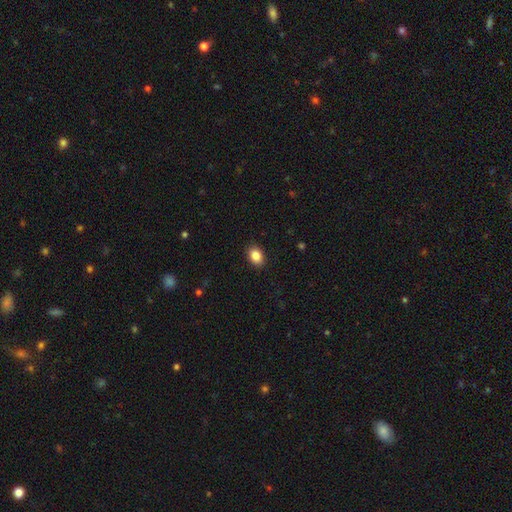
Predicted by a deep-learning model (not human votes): The model was most divided on "how rounded": in between: 73%, round: 26%, cigar-shaped: 1%. More confident: merging — none (90%); smooth or featured — smooth (86%).